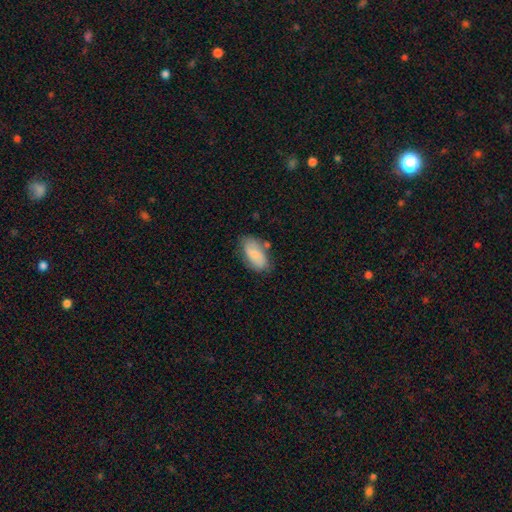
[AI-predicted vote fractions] Morphology: type=smooth (73%); roundness=in between (92%); merging=none (66%).